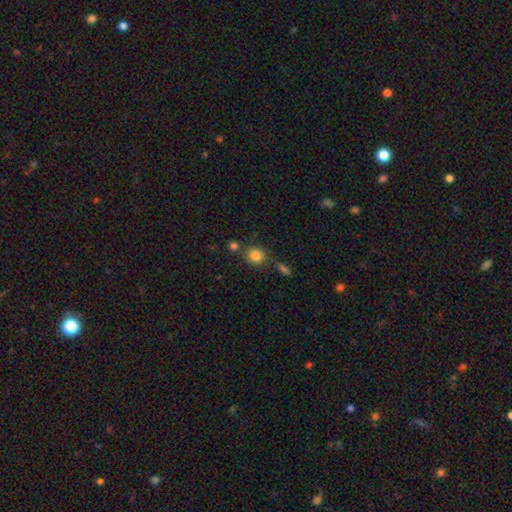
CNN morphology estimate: This is clearly a smooth galaxy (83%). How rounded: clearly round (83%). Merging: likely none (75%).